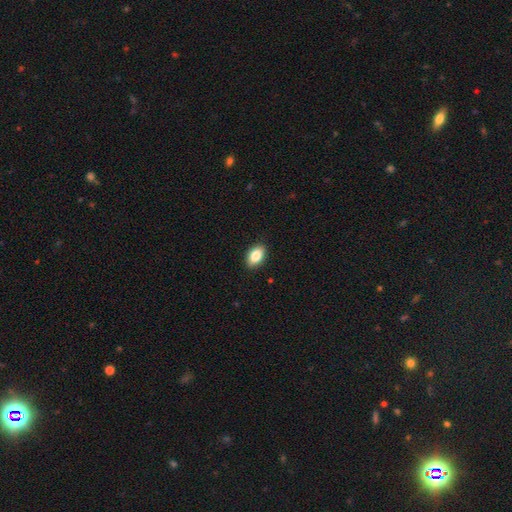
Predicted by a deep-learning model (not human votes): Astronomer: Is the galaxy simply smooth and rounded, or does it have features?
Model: smooth — 84%.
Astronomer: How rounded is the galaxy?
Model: in between — 90%.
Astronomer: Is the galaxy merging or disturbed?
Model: none — 88%.